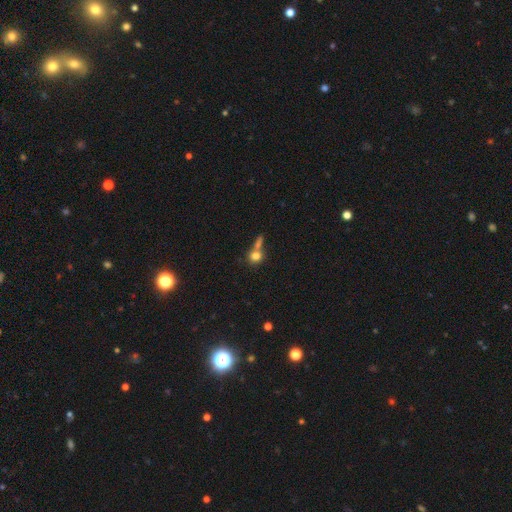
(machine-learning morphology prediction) smooth 77%, featured or disk 12%, star or artifact 11%. Down the decision tree: how rounded — round (80%); merging — none (44%).